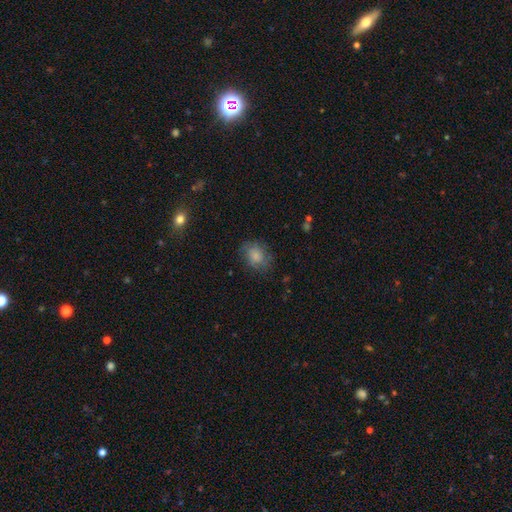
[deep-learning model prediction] This is likely a smooth galaxy (74%). How rounded: possibly round (51%). Merging: likely none (67%).